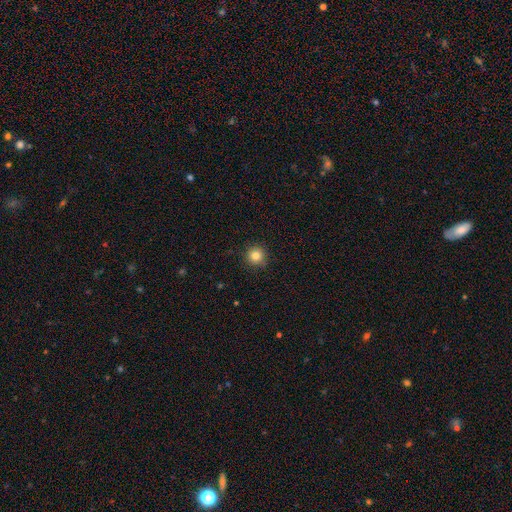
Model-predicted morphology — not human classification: A smooth galaxy with no disk features (81%) that is round (95%). Merging: none (90%).